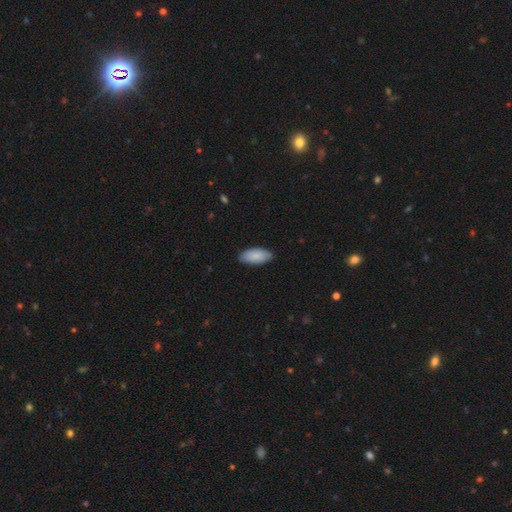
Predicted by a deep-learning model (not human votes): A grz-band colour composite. It shows a smooth galaxy with no disk features (88%) that is in between round and cigar-shaped (91%). Merging: none (85%).